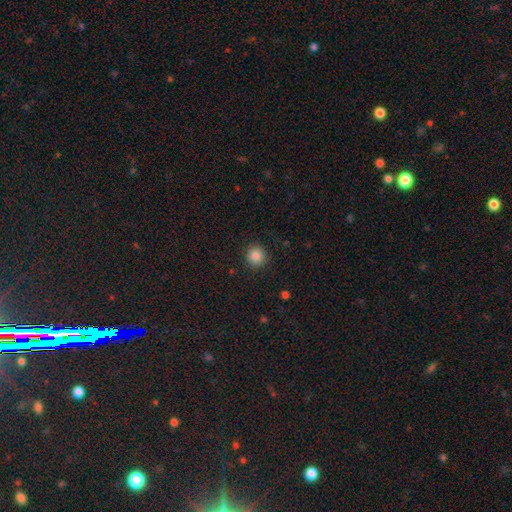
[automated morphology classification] The model was most divided on "smooth or featured": smooth: 85%, star or artifact: 10%, featured or disk: 5%. More confident: how rounded — round (92%); merging — none (90%).